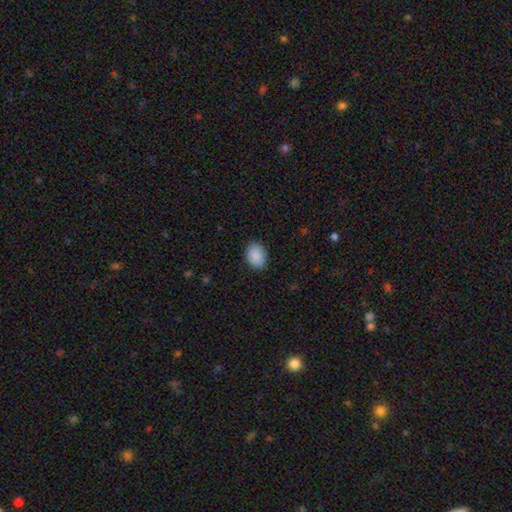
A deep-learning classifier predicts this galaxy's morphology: type=smooth (90%); roundness=in between (73%); merging=none (87%).